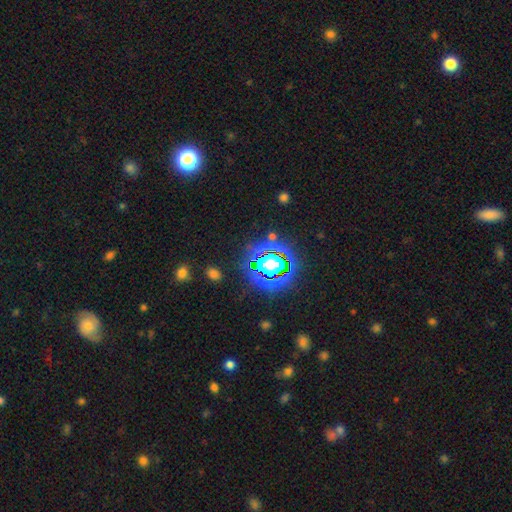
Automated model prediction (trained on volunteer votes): Smooth or featured?
  - star or artifact: 82% *
  - smooth: 12%
  - featured or disk: 7%